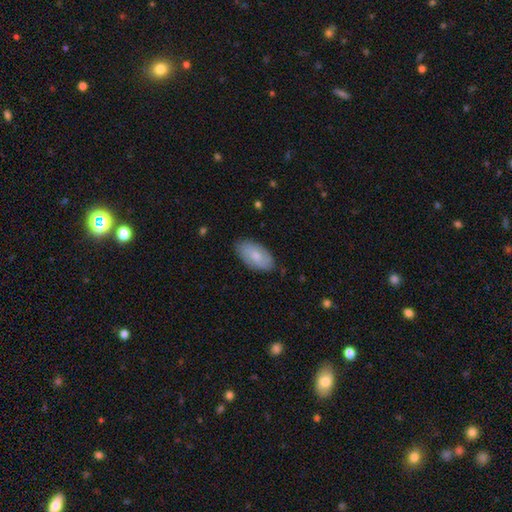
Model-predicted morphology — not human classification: This appears to be a smooth galaxy with no disk features (71%) that is in between round and cigar-shaped (94%). Merging: none (81%).